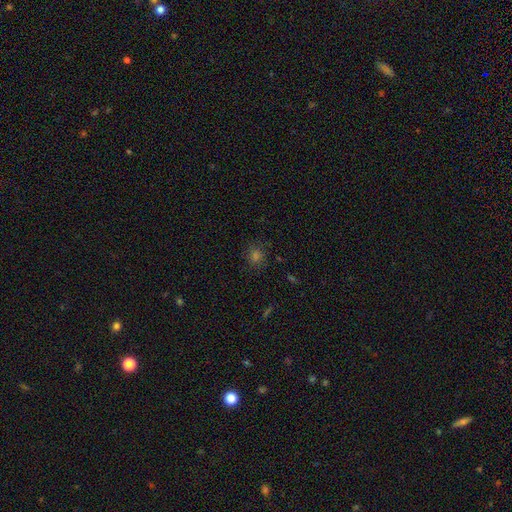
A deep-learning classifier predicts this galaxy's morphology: smooth-or-featured: smooth: 62% | star or artifact: 29% | featured or disk: 9%
  how-rounded: round: 84% | in between: 15% | cigar-shaped: 1%
  merging: none: 85% | minor disturbance: 10% | major disturbance: 4% | merger: 1%